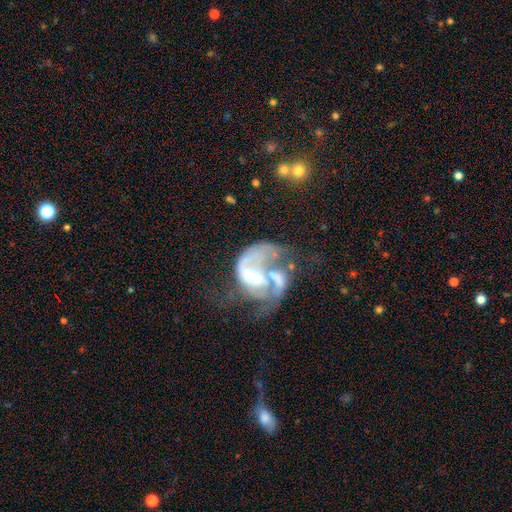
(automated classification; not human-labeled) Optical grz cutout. It shows a featured or disk galaxy (80%) with a weak bar (41%, tied with no), 1 (38%) loose (40%, tied with medium) spiral arms (82%) and a moderate central bulge (57%). Merging: merger (37%).